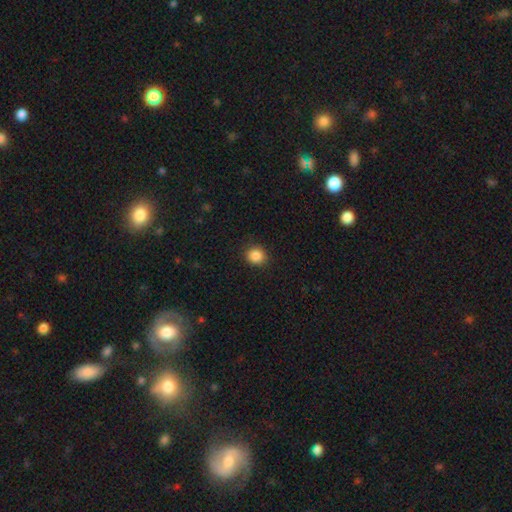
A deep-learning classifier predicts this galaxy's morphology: A smooth galaxy with no disk features (87%) that is round (84%).

Vote fractions:
- Smooth or featured? smooth: 87% / star or artifact: 10% / featured or disk: 4%
- How rounded? round: 84% / in between: 15% / cigar-shaped: 1%
- Merging? none: 90% / minor disturbance: 7% / major disturbance: 2% / merger: 1%